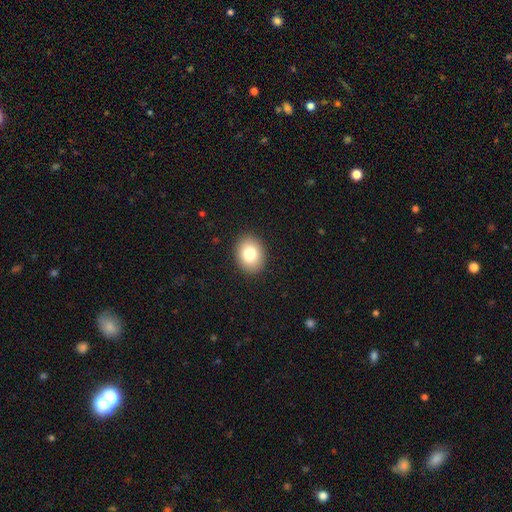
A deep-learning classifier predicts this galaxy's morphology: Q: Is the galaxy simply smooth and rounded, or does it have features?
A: smooth — 80%.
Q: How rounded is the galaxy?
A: in between — 54%.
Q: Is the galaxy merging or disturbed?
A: none — 92%.